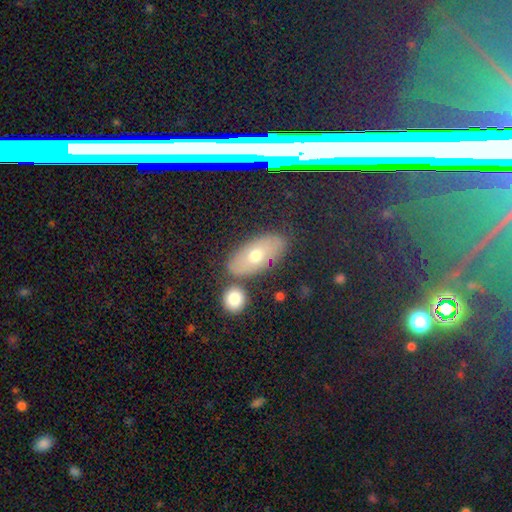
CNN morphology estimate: smooth_or_featured: smooth (p=0.62) [alt: featured or disk p=0.24]
how_rounded: in between (p=0.89) [alt: round p=0.06]
merging: none (p=0.76) [alt: minor disturbance p=0.11]